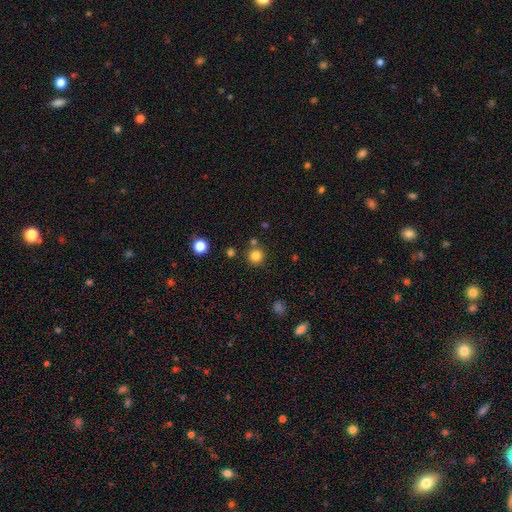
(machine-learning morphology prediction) Q: Smooth or featured?
A: smooth (82%); runner-up: star or artifact (13%)
Q: How rounded?
A: round (95%); runner-up: in between (4%)
Q: Merging?
A: none (83%); runner-up: merger (8%)